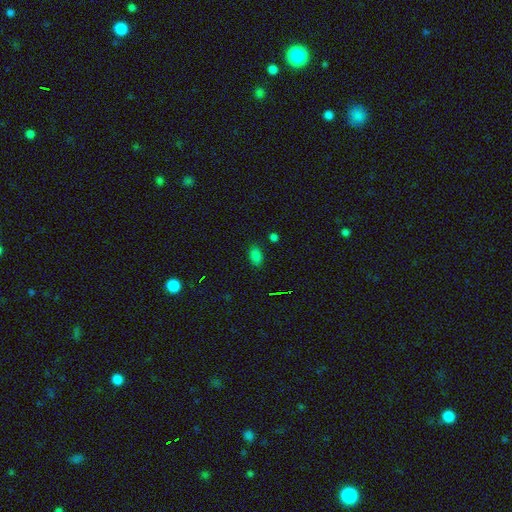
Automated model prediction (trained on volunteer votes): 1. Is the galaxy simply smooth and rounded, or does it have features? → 78% smooth, 17% star or artifact, 5% featured or disk.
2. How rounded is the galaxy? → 89% in between, 9% round, 2% cigar-shaped.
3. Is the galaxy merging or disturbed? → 83% none, 12% minor disturbance, 3% major disturbance, 2% merger.